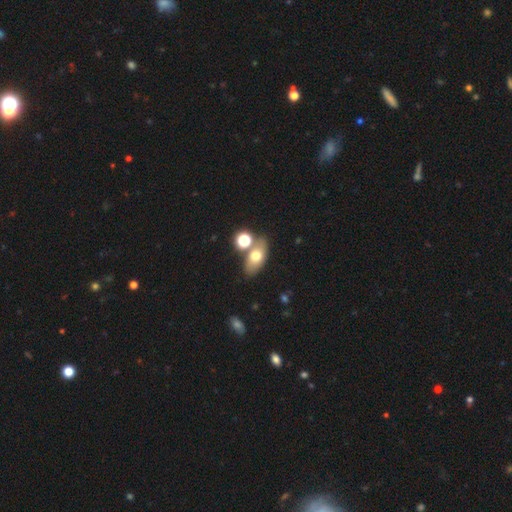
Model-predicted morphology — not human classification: smooth 67%, featured or disk 22%, star or artifact 11%. Down the decision tree: how rounded — in between (82%); merging — none (65%).